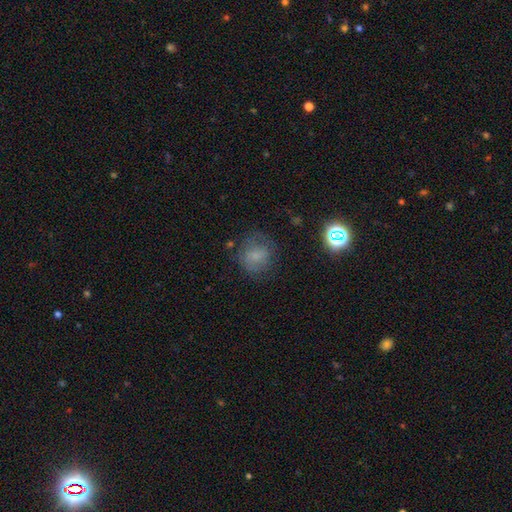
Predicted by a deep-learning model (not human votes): Smooth or featured? Predicted: smooth (p=0.66). How rounded? Predicted: round (p=0.78). Merging? Predicted: none (p=0.65).